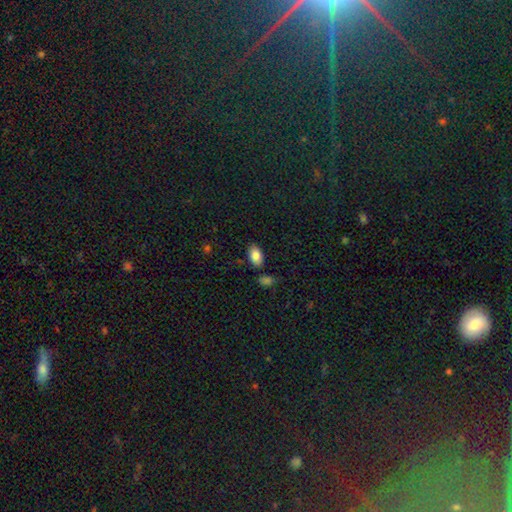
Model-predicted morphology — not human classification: smooth_or_featured: smooth (p=0.84) [alt: featured or disk p=0.08]
how_rounded: in between (p=0.92) [alt: round p=0.06]
merging: none (p=0.81) [alt: minor disturbance p=0.11]